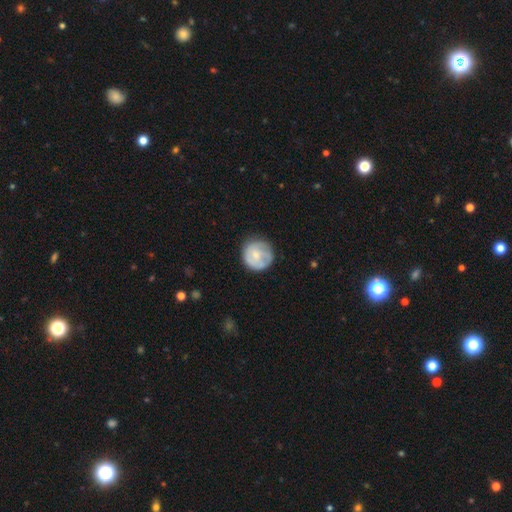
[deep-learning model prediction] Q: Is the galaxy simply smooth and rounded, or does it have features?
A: smooth — 57%.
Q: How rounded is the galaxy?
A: round — 93%.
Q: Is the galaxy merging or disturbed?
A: none — 73%.